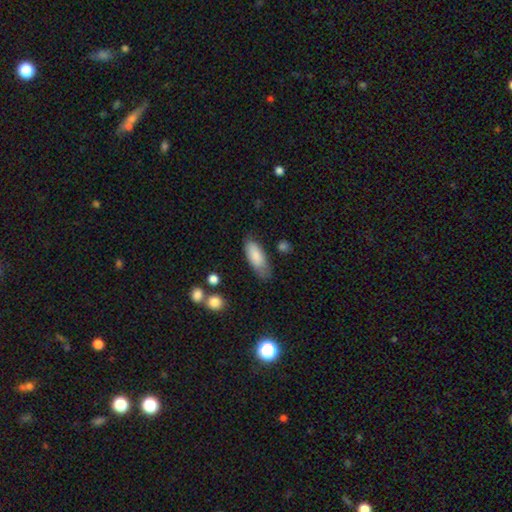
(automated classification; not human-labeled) This appears to be a smooth galaxy with no disk features (84%) that is in between round and cigar-shaped (74%). Merging: none (67%).